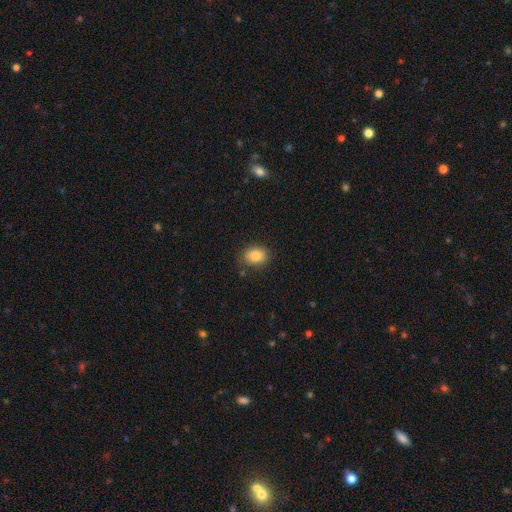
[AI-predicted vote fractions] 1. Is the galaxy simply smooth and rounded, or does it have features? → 83% smooth, 9% star or artifact, 8% featured or disk.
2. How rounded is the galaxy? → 64% in between, 35% round, 1% cigar-shaped.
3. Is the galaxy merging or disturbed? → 83% none, 13% minor disturbance, 3% major disturbance, 2% merger.